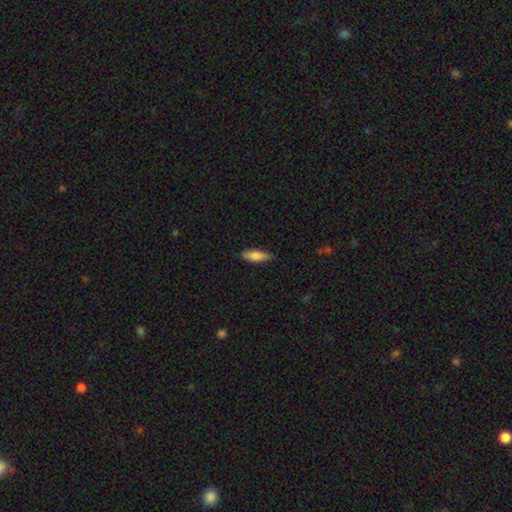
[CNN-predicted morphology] Smooth or featured? smooth (73%)
How rounded? cigar-shaped (49%, tied with in between)
Merging? none (85%)